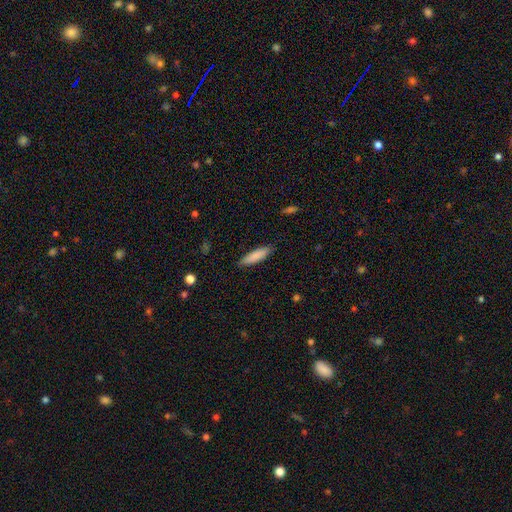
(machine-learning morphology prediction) A smooth galaxy with no disk features (86%) that is cigar-shaped (66%).

Vote fractions:
- Smooth or featured? smooth: 86% / featured or disk: 8% / star or artifact: 6%
- How rounded? cigar-shaped: 66% / in between: 33% / round: 1%
- Merging? none: 87% / minor disturbance: 10% / major disturbance: 2% / merger: 1%